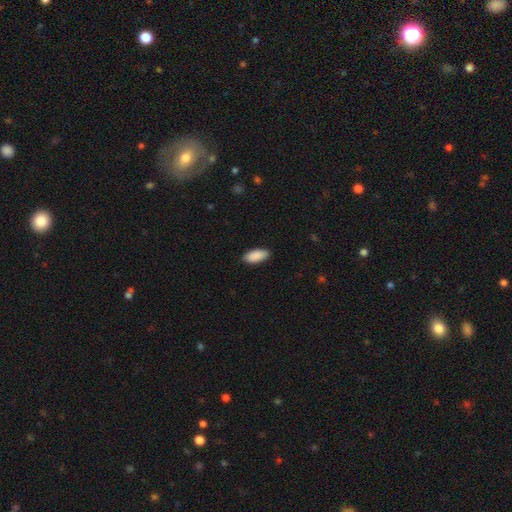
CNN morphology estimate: The model was most divided on "merging": none: 87%, minor disturbance: 10%, major disturbance: 2%, merger: 1%. More confident: smooth or featured — smooth (90%); how rounded — in between (89%).